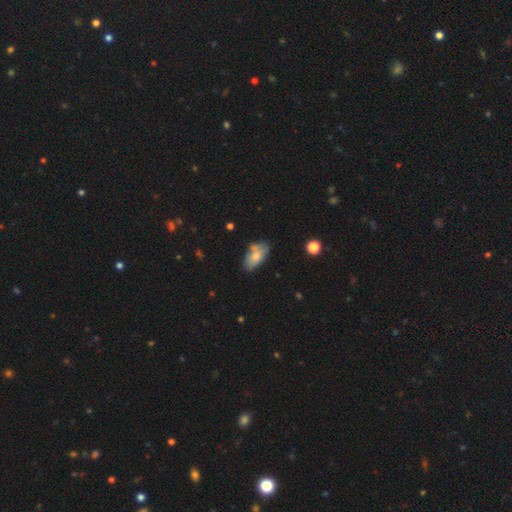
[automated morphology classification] A smooth galaxy with no disk features (70%) that is in between round and cigar-shaped (92%). Merging: none (58%).